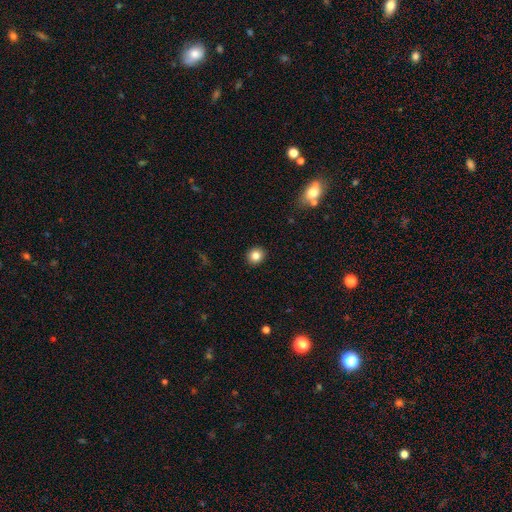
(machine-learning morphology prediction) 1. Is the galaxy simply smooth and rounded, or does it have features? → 84% smooth, 10% star or artifact, 6% featured or disk.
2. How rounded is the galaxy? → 83% round, 16% in between, 1% cigar-shaped.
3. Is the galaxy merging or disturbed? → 92% none, 5% minor disturbance, 2% major disturbance, 1% merger.